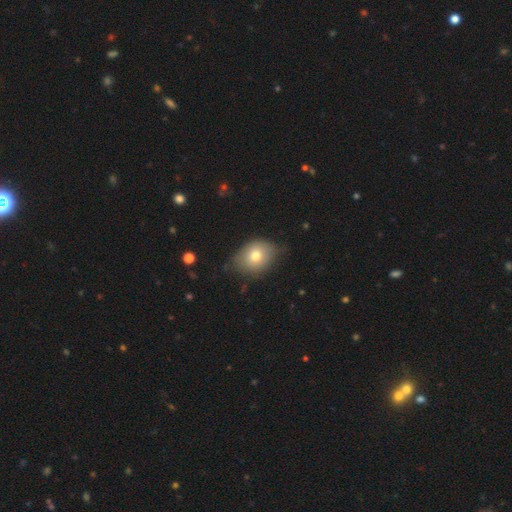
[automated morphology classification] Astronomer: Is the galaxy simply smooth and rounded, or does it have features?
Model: smooth — 74%.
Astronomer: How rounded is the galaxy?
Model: in between — 61% (runner-up: round, 38%).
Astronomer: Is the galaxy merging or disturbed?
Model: none — 67%.